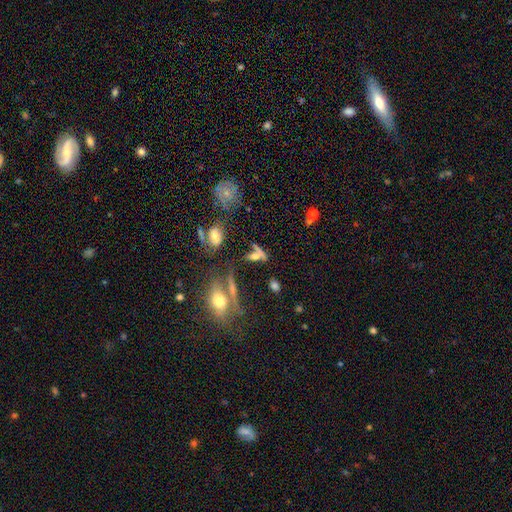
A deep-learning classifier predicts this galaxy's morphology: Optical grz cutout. It shows a smooth galaxy with no disk features (43%). Merging: none (57%).